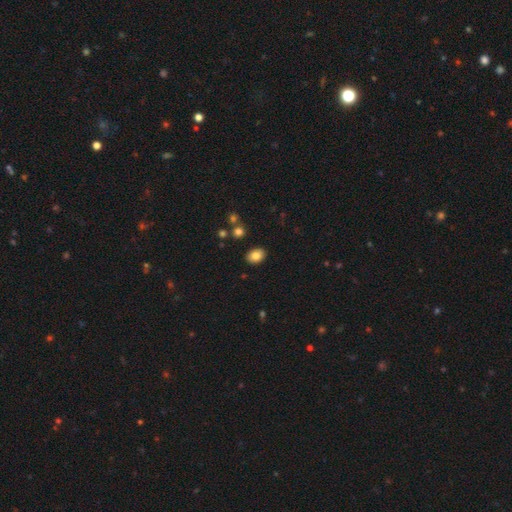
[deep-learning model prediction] Smooth or featured: smooth — 84% (star or artifact — 9%)
How rounded: in between — 74% (round — 25%)
Merging: none — 88% (minor disturbance — 8%)